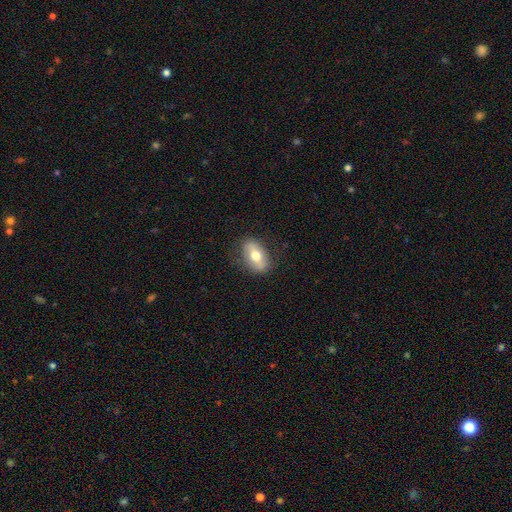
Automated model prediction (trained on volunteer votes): Q: Smooth or featured?
A: smooth (56%); runner-up: featured or disk (38%)
Q: How rounded?
A: in between (84%); runner-up: round (13%)
Q: Merging?
A: none (81%); runner-up: minor disturbance (14%)